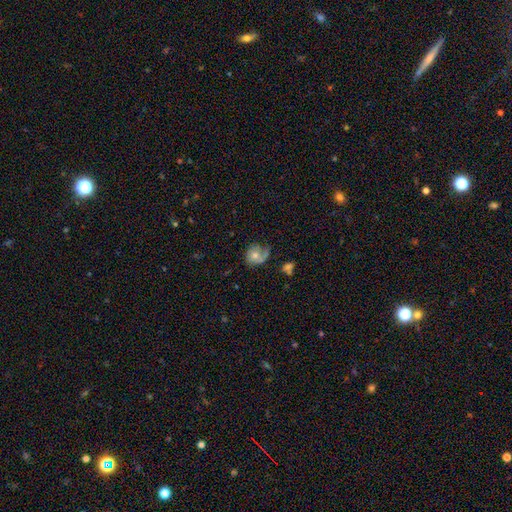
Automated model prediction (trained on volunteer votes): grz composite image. It shows a smooth galaxy with no disk features (46%). Merging: none (43%).